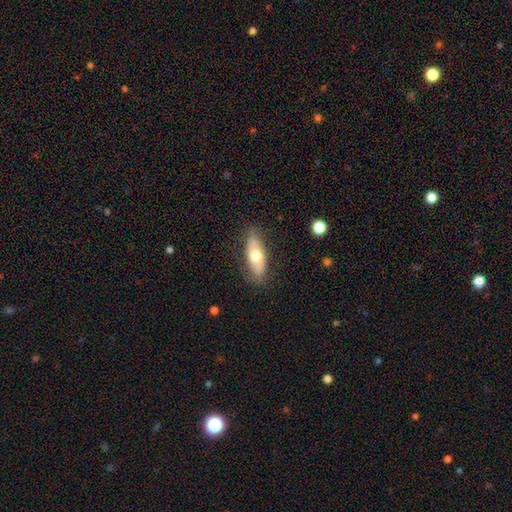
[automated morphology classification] Q: Smooth or featured?
A: smooth (60%); runner-up: featured or disk (34%)
Q: How rounded?
A: in between (71%); runner-up: cigar-shaped (26%)
Q: Merging?
A: none (80%); runner-up: minor disturbance (15%)